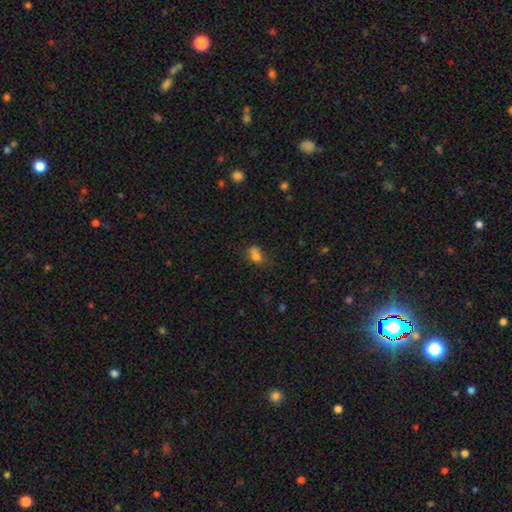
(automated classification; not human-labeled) The model was most divided on "merging": merger: 41%, none: 32%, minor disturbance: 18%, major disturbance: 10%. More confident: smooth or featured — smooth (71%); how rounded — in between (60%).